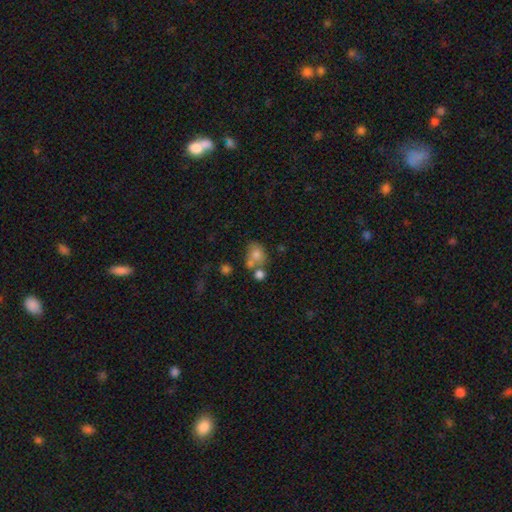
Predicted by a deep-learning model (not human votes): Q: Smooth or featured?
A: smooth (72%); runner-up: featured or disk (17%)
Q: How rounded?
A: round (52%); runner-up: in between (47%)
Q: Merging?
A: none (40%); runner-up: merger (39%)